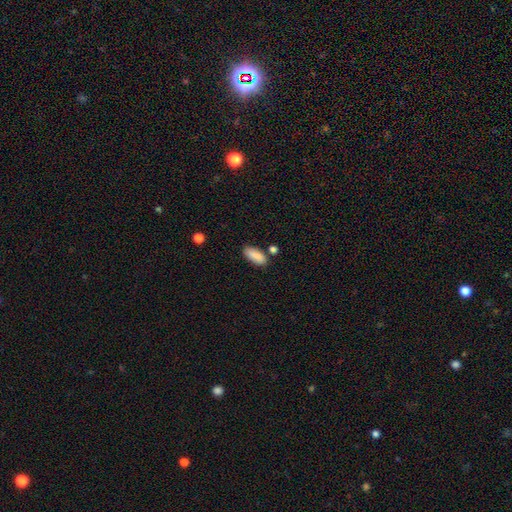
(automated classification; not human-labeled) The model was most divided on "merging": none: 76%, minor disturbance: 13%, merger: 8%, major disturbance: 3%. More confident: smooth or featured — smooth (88%); how rounded — in between (81%).